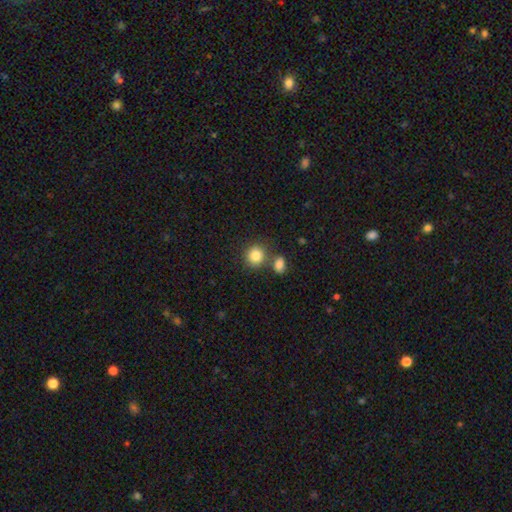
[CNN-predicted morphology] Q: Smooth or featured?
A: smooth (83%); runner-up: star or artifact (10%)
Q: How rounded?
A: round (81%); runner-up: in between (18%)
Q: Merging?
A: none (66%); runner-up: merger (21%)